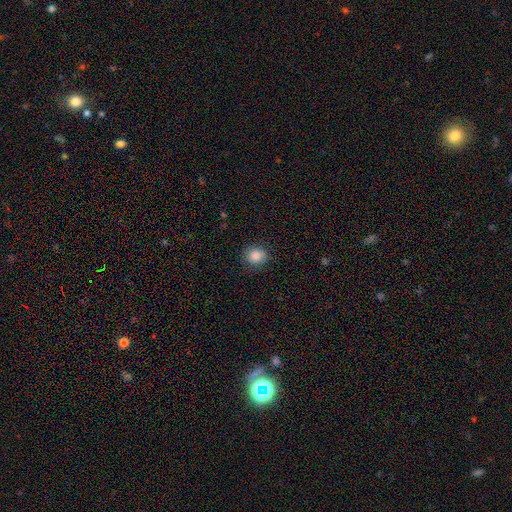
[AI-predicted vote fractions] A smooth galaxy with no disk features (85%) that is round (80%).

Vote fractions:
- Smooth or featured? smooth: 85% / star or artifact: 9% / featured or disk: 5%
- How rounded? round: 80% / in between: 19% / cigar-shaped: 1%
- Merging? none: 82% / minor disturbance: 13% / major disturbance: 4% / merger: 1%